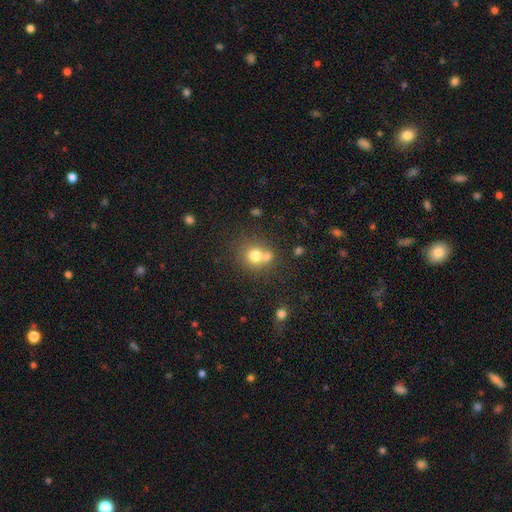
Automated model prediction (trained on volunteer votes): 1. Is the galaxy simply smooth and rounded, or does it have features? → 74% smooth, 13% featured or disk, 13% star or artifact.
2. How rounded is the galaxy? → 81% round, 18% in between, 1% cigar-shaped.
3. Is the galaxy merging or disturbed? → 47% none, 40% merger, 9% minor disturbance, 4% major disturbance.